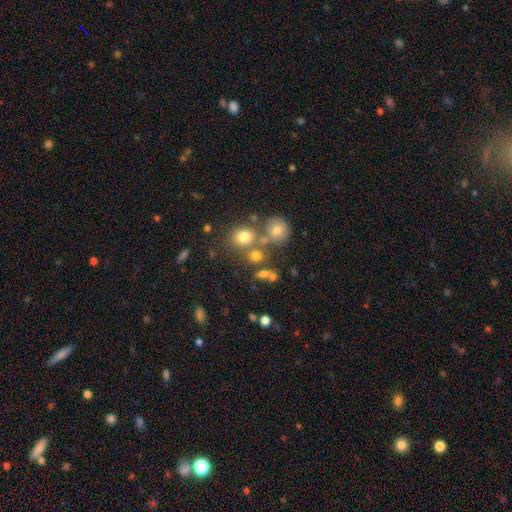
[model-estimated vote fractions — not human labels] smooth 71%, star or artifact 18%, featured or disk 12%. Down the decision tree: how rounded — round (73%); merging — none (56%).